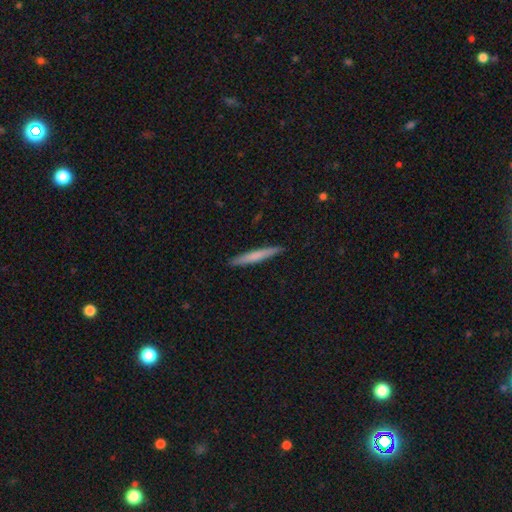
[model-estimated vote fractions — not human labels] smooth-or-featured: smooth: 66% | featured or disk: 28% | star or artifact: 5%
  how-rounded: cigar-shaped: 96% | in between: 3% | round: 1%
  merging: none: 91% | minor disturbance: 7% | major disturbance: 1% | merger: 1%